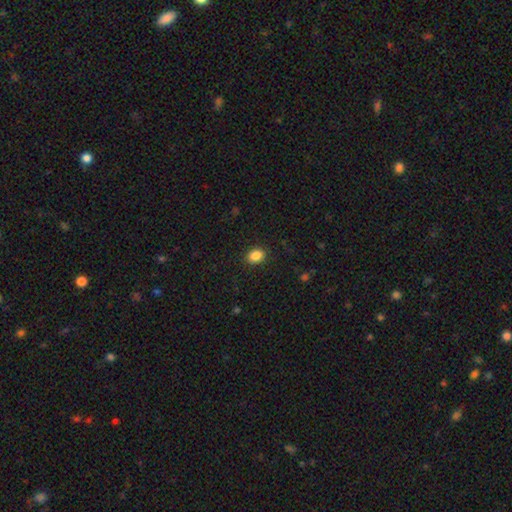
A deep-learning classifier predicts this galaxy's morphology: type=smooth (87%); roundness=in between (67%); merging=none (89%).